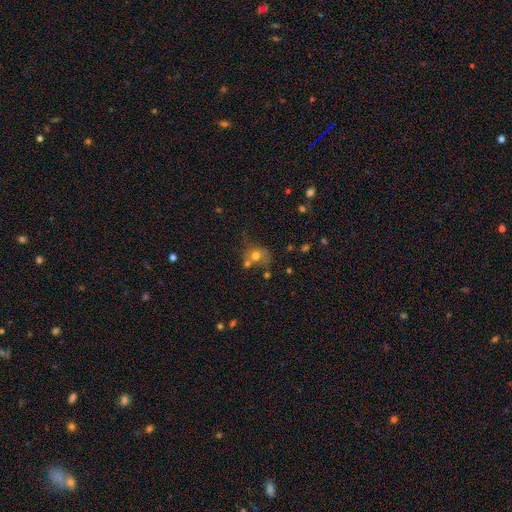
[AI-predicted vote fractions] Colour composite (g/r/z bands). It shows a smooth galaxy with no disk features (66%) that is round (70%). Merging: none (45%).